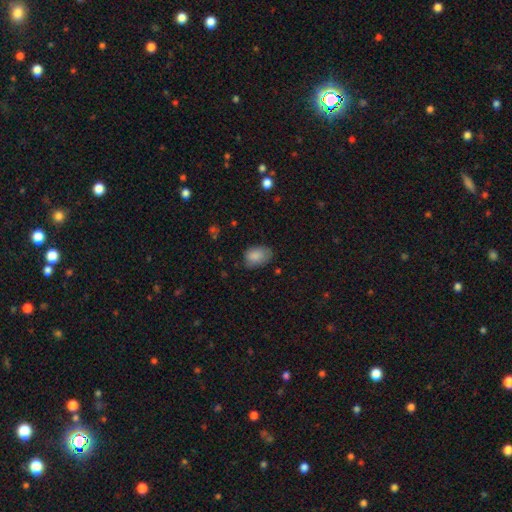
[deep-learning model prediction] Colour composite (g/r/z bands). It shows a smooth galaxy with no disk features (85%) that is in between round and cigar-shaped (86%). Merging: none (64%).